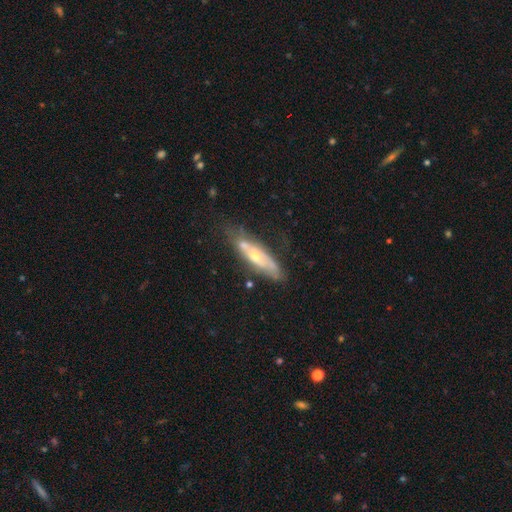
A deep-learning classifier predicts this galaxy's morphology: Q: Smooth or featured?
A: featured or disk (61%); runner-up: smooth (32%)
Q: Edge-on disk?
A: no (59%); runner-up: yes (41%)
Q: Merging?
A: none (50%); runner-up: minor disturbance (25%)